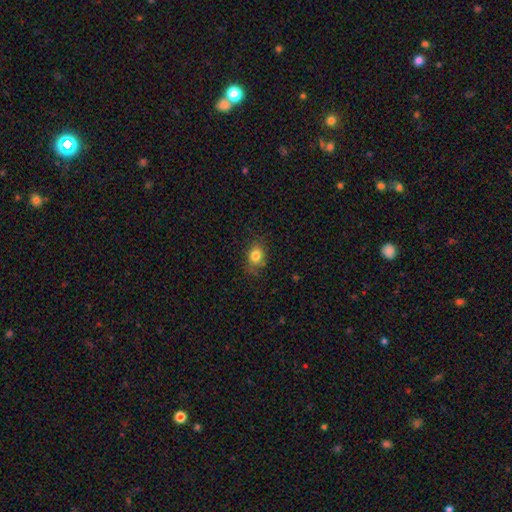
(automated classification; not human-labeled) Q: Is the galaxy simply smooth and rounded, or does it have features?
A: smooth — 81%.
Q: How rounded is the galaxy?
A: in between — 54%.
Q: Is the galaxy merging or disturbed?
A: none — 75%.